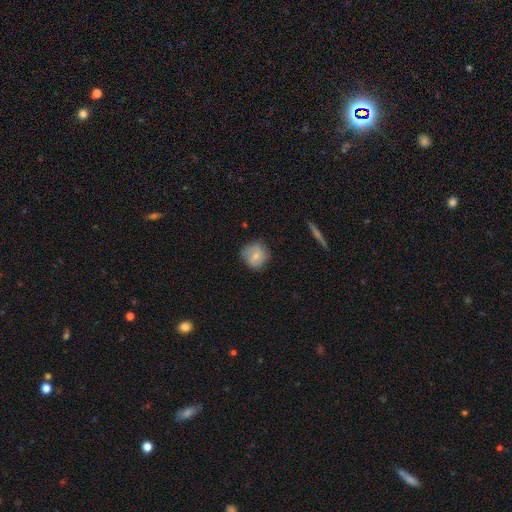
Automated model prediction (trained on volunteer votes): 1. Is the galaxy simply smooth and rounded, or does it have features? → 71% smooth, 21% featured or disk, 8% star or artifact.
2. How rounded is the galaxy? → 86% round, 13% in between, 1% cigar-shaped.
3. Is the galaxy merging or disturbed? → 71% none, 23% minor disturbance, 5% major disturbance, 1% merger.